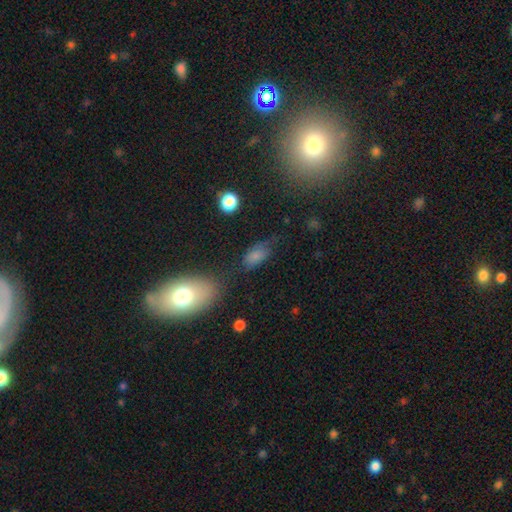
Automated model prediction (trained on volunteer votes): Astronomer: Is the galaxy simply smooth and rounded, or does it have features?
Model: smooth — 72%.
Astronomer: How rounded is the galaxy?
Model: in between — 88%.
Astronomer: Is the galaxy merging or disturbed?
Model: none — 52% (runner-up: minor disturbance, 28%).